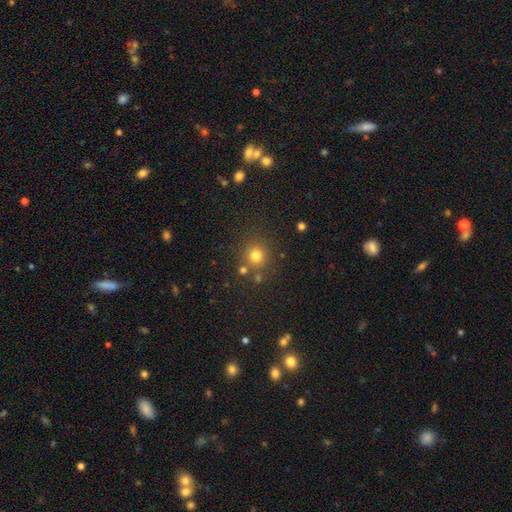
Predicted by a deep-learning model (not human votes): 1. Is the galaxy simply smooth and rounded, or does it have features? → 77% smooth, 17% star or artifact, 6% featured or disk.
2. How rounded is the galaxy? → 92% round, 7% in between, 1% cigar-shaped.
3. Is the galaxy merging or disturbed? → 78% none, 9% merger, 9% minor disturbance, 4% major disturbance.